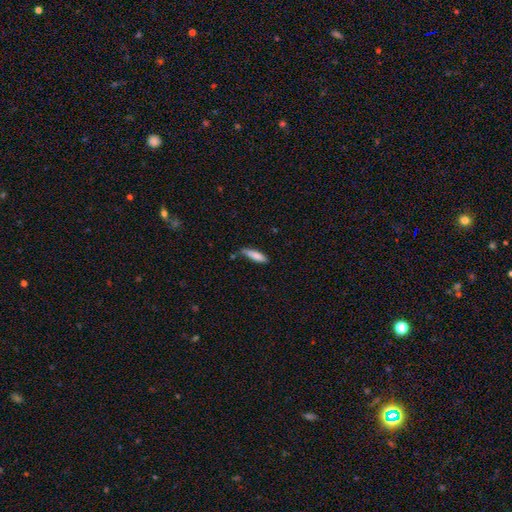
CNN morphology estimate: smooth_or_featured: smooth (p=0.83) [alt: featured or disk p=0.11]
how_rounded: cigar-shaped (p=0.63) [alt: in between p=0.35]
merging: none (p=0.57) [alt: minor disturbance p=0.29]